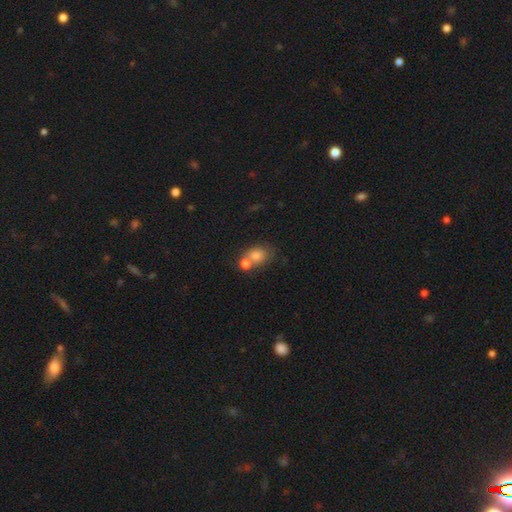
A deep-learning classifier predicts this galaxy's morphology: A smooth galaxy with no disk features (77%) that is in between round and cigar-shaped (51%).

Vote fractions:
- Smooth or featured? smooth: 77% / featured or disk: 12% / star or artifact: 11%
- How rounded? in between: 51% / round: 48% / cigar-shaped: 1%
- Merging? merger: 42% / none: 40% / minor disturbance: 12% / major disturbance: 6%